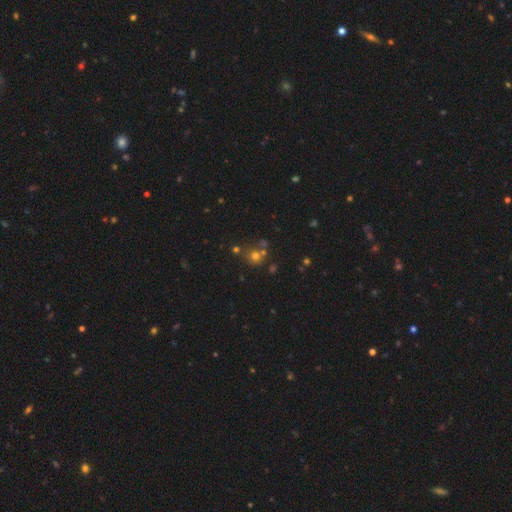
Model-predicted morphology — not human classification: Smooth or featured? Predicted: smooth (p=0.61). How rounded? Predicted: round (p=0.85). Merging? Predicted: none (p=0.62).